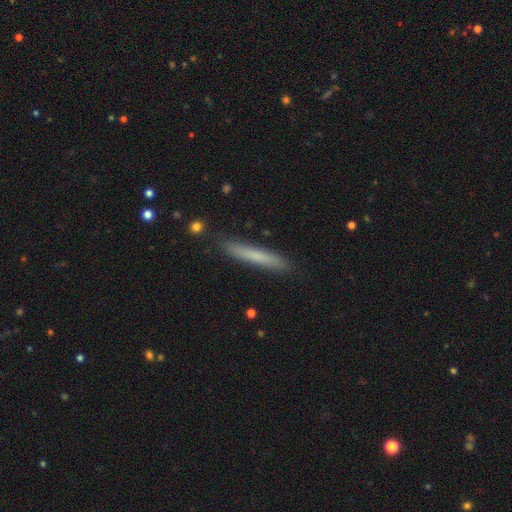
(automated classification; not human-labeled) The model was most divided on "smooth or featured": smooth: 70%, featured or disk: 23%, star or artifact: 7%. More confident: how rounded — cigar-shaped (95%); merging — none (88%).